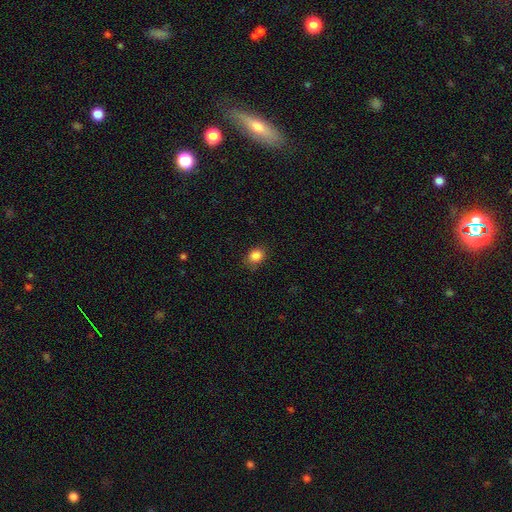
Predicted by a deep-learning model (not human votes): This appears to be a smooth galaxy with no disk features (85%) that is round (56%). Merging: none (78%).